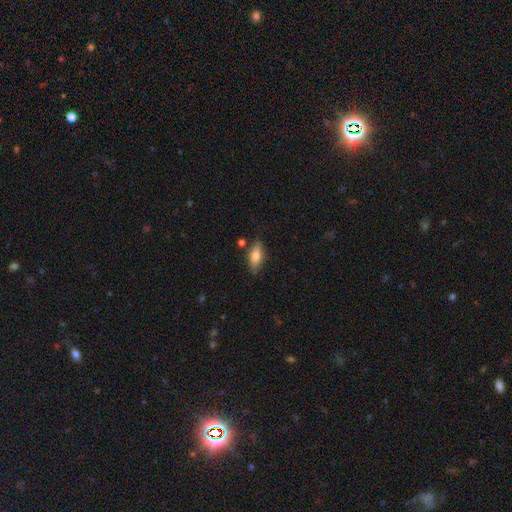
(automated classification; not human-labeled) Q: Smooth or featured?
A: smooth (76%); runner-up: featured or disk (18%)
Q: How rounded?
A: in between (77%); runner-up: cigar-shaped (20%)
Q: Merging?
A: none (77%); runner-up: minor disturbance (16%)